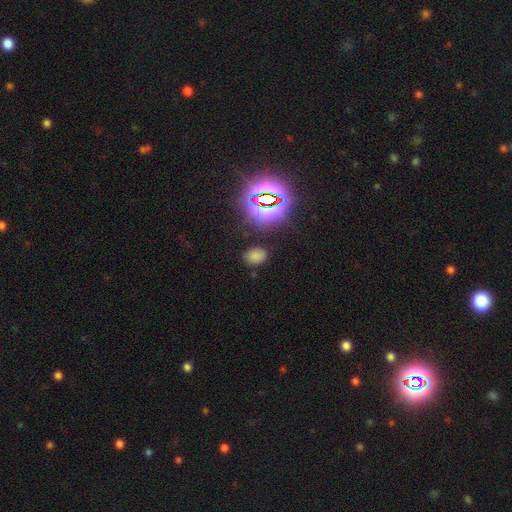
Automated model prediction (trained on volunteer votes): Overall: smooth (67%; star or artifact 27%). How rounded: in between (70%). Merging: none (82%).